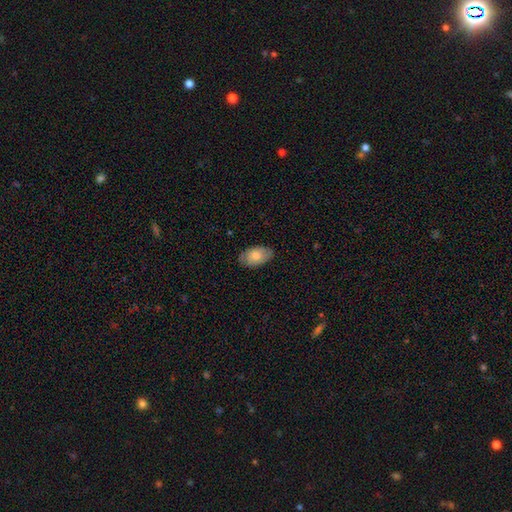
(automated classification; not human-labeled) This appears to be a smooth galaxy with no disk features (71%) that is in between round and cigar-shaped (93%). Merging: none (80%).